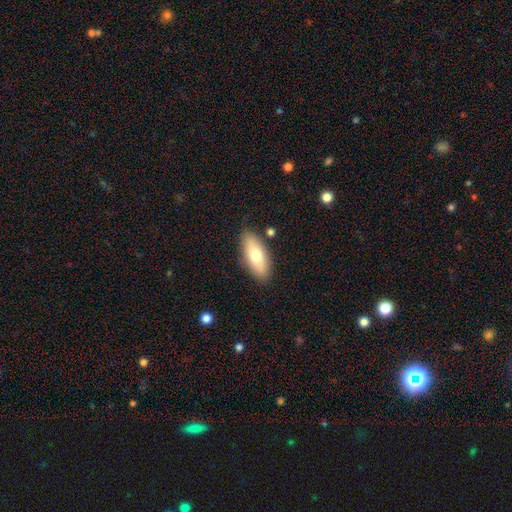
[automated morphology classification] Smooth or featured?
  - smooth: 71% *
  - featured or disk: 23%
  - star or artifact: 6%
How rounded?
  - in between: 79% *
  - cigar-shaped: 18%
  - round: 3%
Merging?
  - none: 84% *
  - minor disturbance: 11%
  - merger: 3%
  - major disturbance: 2%